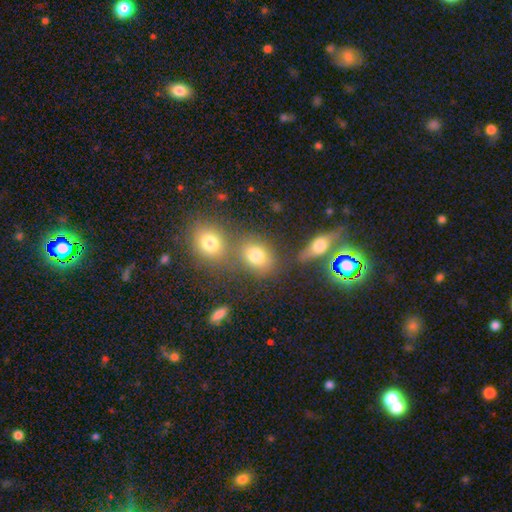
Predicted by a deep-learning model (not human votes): Overall: smooth (76%). How rounded: in between (50%; round 49%). Merging: none (53%; merger 30%).